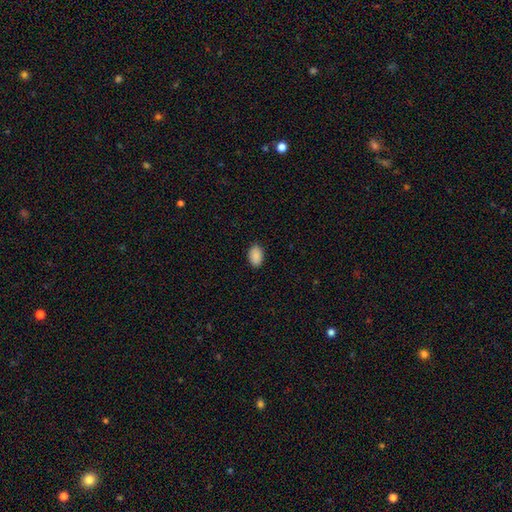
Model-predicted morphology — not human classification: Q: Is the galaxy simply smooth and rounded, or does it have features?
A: smooth — 90%.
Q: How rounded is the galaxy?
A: in between — 89%.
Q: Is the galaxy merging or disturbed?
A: none — 89%.